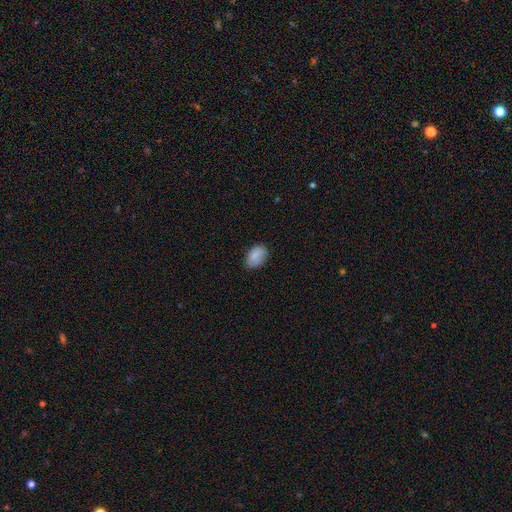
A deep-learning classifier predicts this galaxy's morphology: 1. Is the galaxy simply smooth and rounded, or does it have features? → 85% smooth, 8% featured or disk, 7% star or artifact.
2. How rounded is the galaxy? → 87% in between, 12% round, 1% cigar-shaped.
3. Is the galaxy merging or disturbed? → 75% none, 21% minor disturbance, 4% major disturbance, 1% merger.